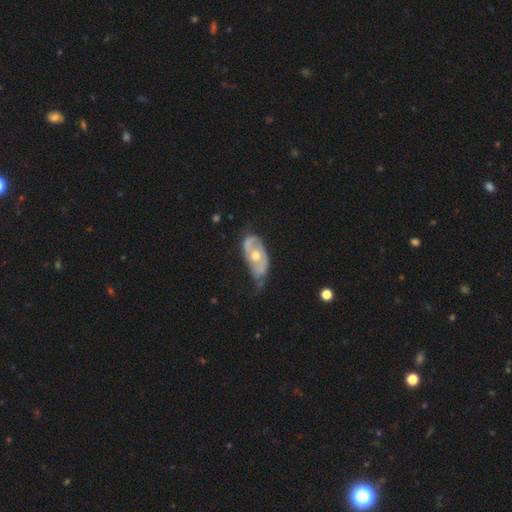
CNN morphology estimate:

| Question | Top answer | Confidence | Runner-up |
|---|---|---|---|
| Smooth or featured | featured or disk | 67% | smooth (27%) |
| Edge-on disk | no | 90% | yes (10%) |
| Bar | no | 79% | weak (16%) |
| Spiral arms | yes | 59% | no (41%) |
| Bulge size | moderate | 70% | small (24%) |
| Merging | minor disturbance | 40% | none (37%) |